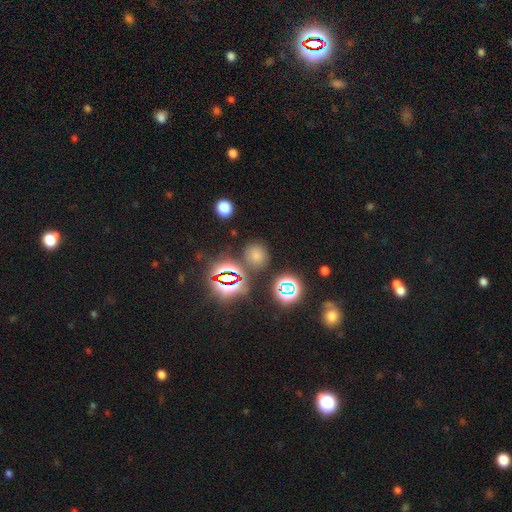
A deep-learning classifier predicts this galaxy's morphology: smooth-or-featured: smooth: 60% | star or artifact: 33% | featured or disk: 7%
  how-rounded: round: 76% | in between: 22% | cigar-shaped: 1%
  merging: none: 79% | minor disturbance: 11% | merger: 6% | major disturbance: 4%